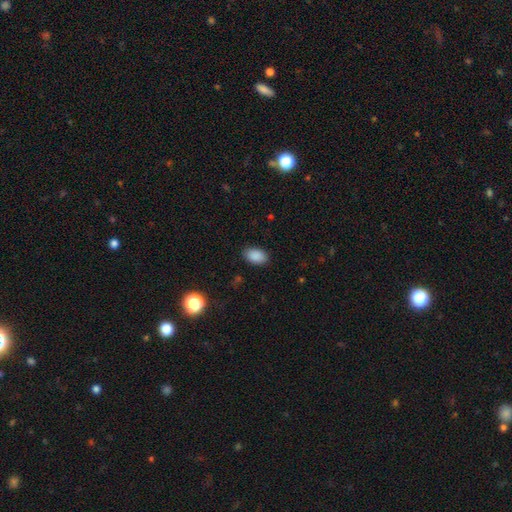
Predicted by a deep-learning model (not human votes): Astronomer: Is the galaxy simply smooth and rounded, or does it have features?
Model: smooth — 88%.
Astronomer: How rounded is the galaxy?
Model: in between — 90%.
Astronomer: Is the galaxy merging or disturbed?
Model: none — 87%.